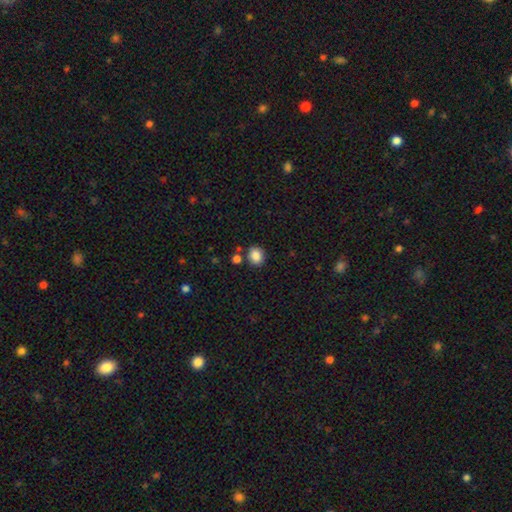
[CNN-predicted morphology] Smooth or featured?
  - smooth: 87% *
  - star or artifact: 9%
  - featured or disk: 4%
How rounded?
  - round: 65% *
  - in between: 34%
  - cigar-shaped: 1%
Merging?
  - none: 79% *
  - minor disturbance: 10%
  - merger: 8%
  - major disturbance: 3%